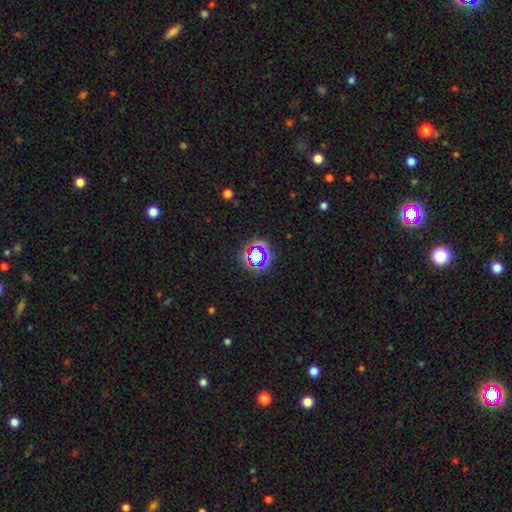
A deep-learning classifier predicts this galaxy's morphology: Smooth or featured?
  - star or artifact: 63% *
  - smooth: 25%
  - featured or disk: 12%